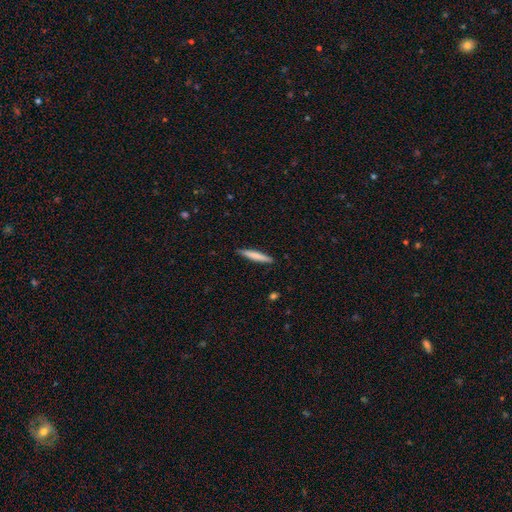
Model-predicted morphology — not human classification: Smooth or featured? smooth (76%)
How rounded? cigar-shaped (93%)
Merging? none (89%)